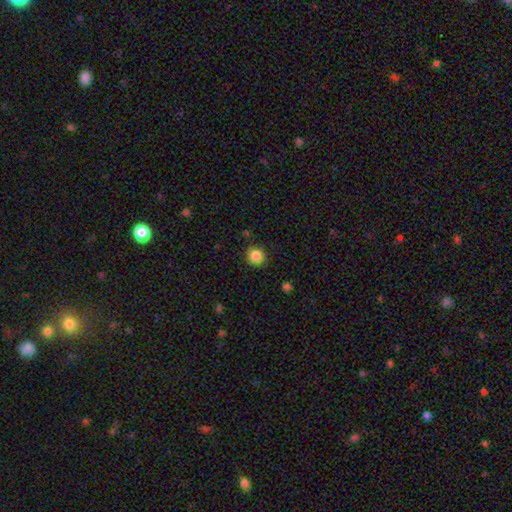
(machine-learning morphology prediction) smooth_or_featured: smooth (p=0.86) [alt: star or artifact p=0.10]
how_rounded: round (p=0.91) [alt: in between p=0.08]
merging: none (p=0.88) [alt: minor disturbance p=0.08]